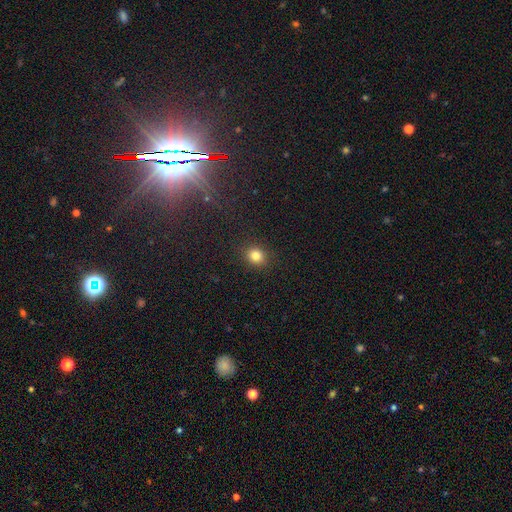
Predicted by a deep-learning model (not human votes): Q: Smooth or featured?
A: smooth (81%); runner-up: star or artifact (13%)
Q: How rounded?
A: round (75%); runner-up: in between (24%)
Q: Merging?
A: none (90%); runner-up: minor disturbance (7%)